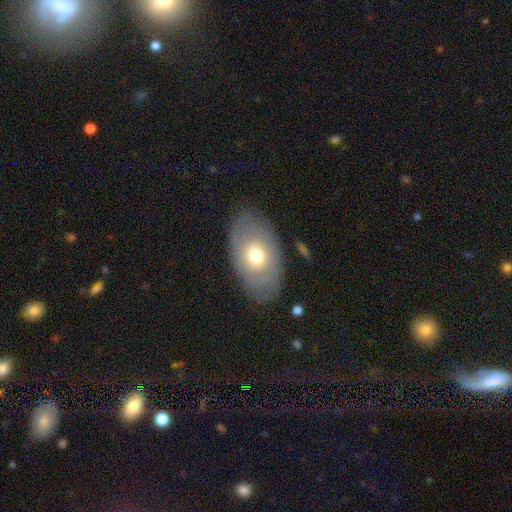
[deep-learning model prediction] smooth-or-featured: smooth: 58% | featured or disk: 35% | star or artifact: 6%
  how-rounded: in between: 90% | round: 9% | cigar-shaped: 1%
  merging: none: 81% | minor disturbance: 12% | major disturbance: 5% | merger: 2%